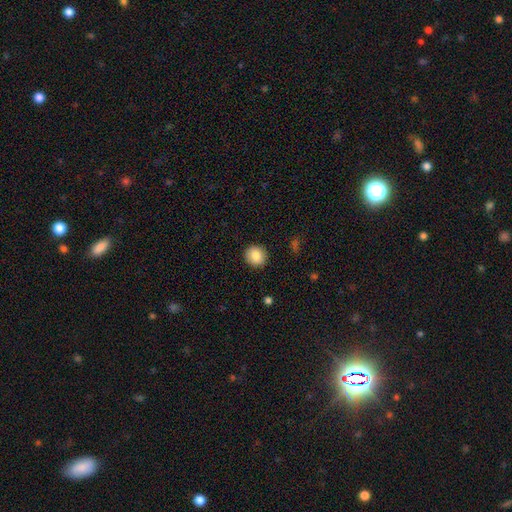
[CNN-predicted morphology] Smooth or featured? smooth (87%)
How rounded? round (87%)
Merging? none (90%)